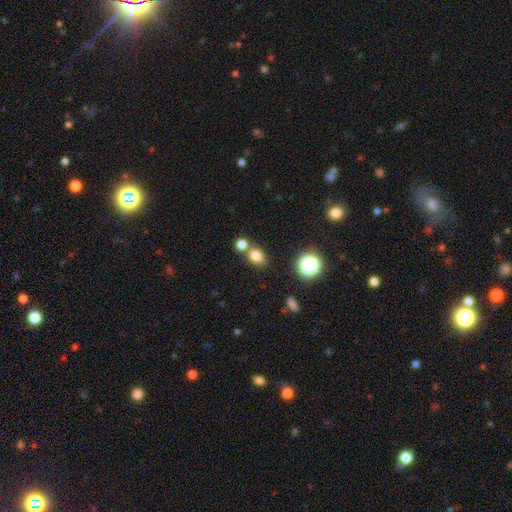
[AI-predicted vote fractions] smooth 77%, star or artifact 15%, featured or disk 8%. Down the decision tree: how rounded — in between (54%); merging — none (58%).